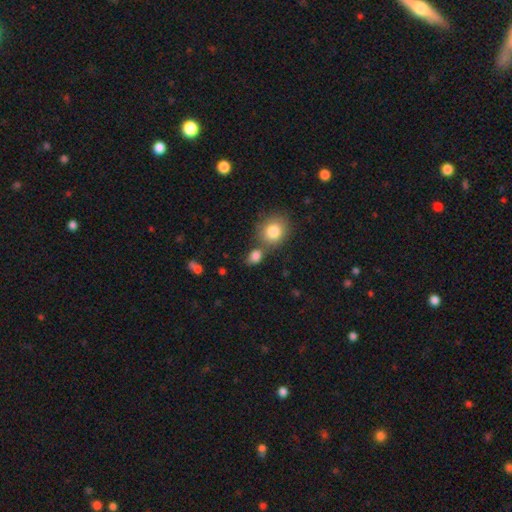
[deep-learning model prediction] smooth 82%, star or artifact 11%, featured or disk 7%. Down the decision tree: how rounded — in between (53%); merging — none (56%).